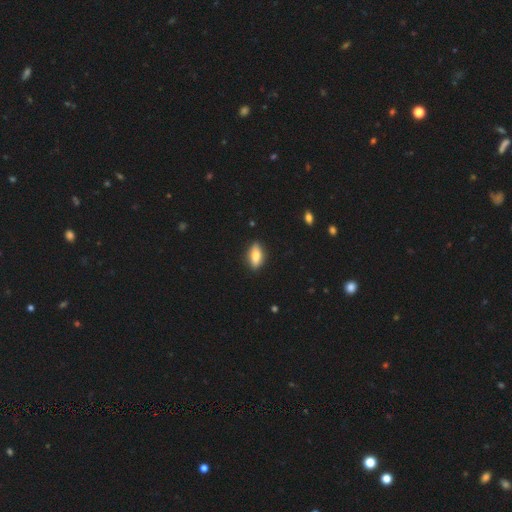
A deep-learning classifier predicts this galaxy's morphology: Smooth or featured: smooth — 72% (featured or disk — 21%)
How rounded: in between — 79% (cigar-shaped — 18%)
Merging: none — 87% (minor disturbance — 10%)